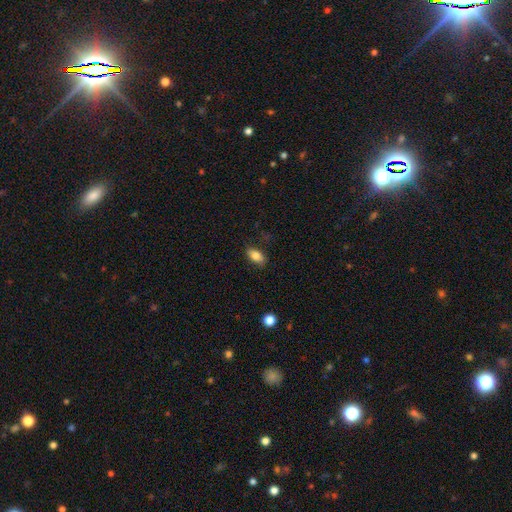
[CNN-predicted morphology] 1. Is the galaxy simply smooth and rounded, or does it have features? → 81% smooth, 11% featured or disk, 8% star or artifact.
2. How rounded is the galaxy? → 87% in between, 8% cigar-shaped, 5% round.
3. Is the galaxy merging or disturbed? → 83% none, 13% minor disturbance, 3% major disturbance, 1% merger.